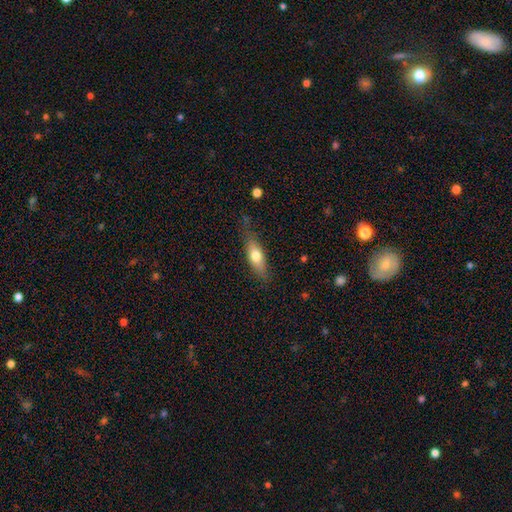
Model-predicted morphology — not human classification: smooth 67%, featured or disk 26%, star or artifact 6%. Down the decision tree: how rounded — in between (58%); merging — none (66%).